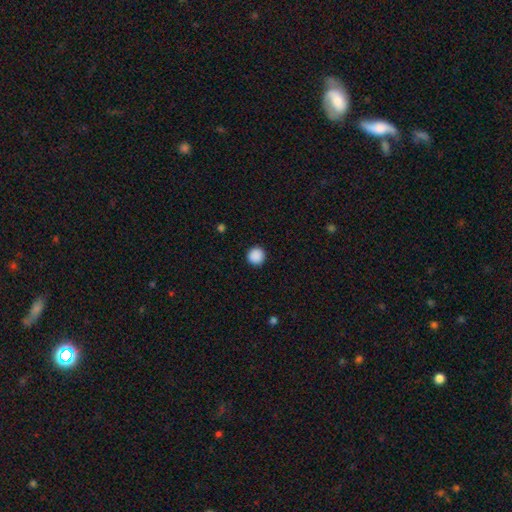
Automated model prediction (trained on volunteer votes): Smooth or featured: smooth — 89% (star or artifact — 9%)
How rounded: round — 95% (in between — 4%)
Merging: none — 93% (minor disturbance — 4%)